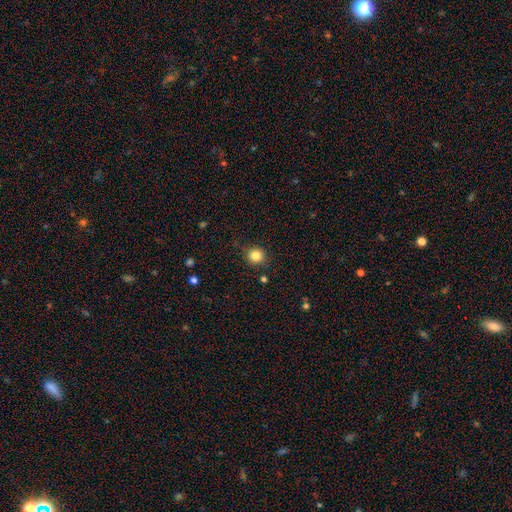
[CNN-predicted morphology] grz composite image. It shows a smooth galaxy with no disk features (83%) that is round (91%). Merging: none (87%).